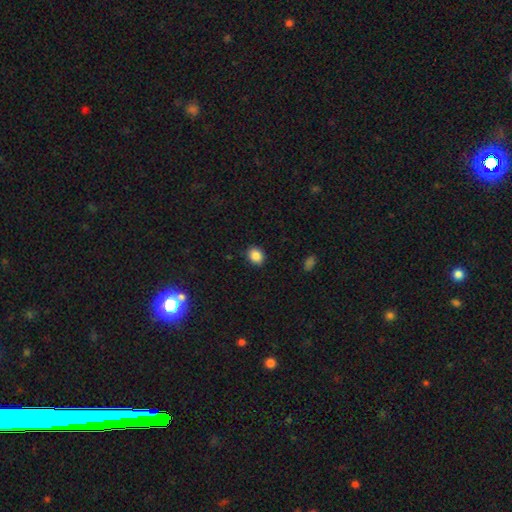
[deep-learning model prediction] Morphology: type=smooth (87%); roundness=round (51%); merging=none (88%).